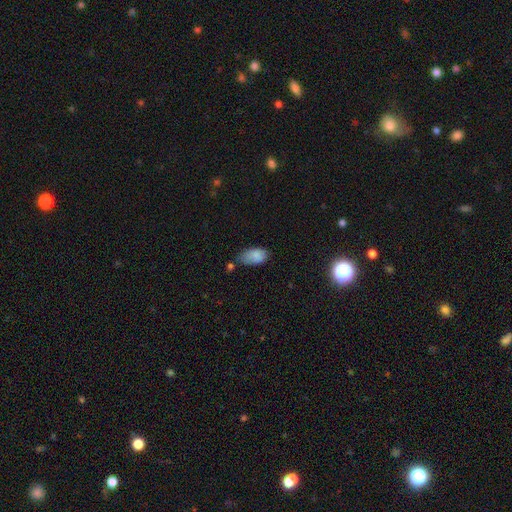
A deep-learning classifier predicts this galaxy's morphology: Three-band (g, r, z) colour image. It shows a smooth galaxy with no disk features (83%) that is in between round and cigar-shaped (93%). Merging: none (45%).